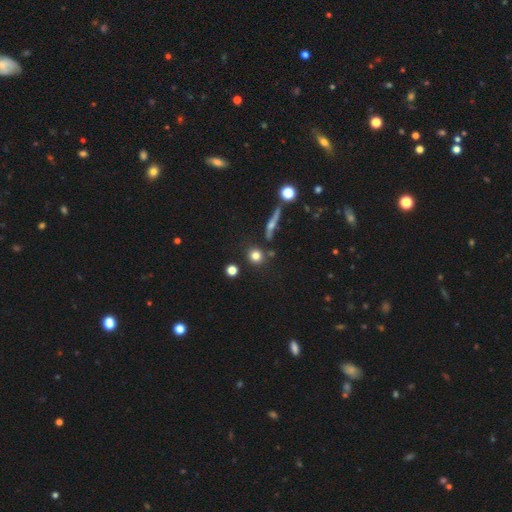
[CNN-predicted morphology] smooth_or_featured: smooth (p=0.78) [alt: star or artifact p=0.12]
how_rounded: round (p=0.88) [alt: in between p=0.09]
merging: none (p=0.79) [alt: minor disturbance p=0.09]